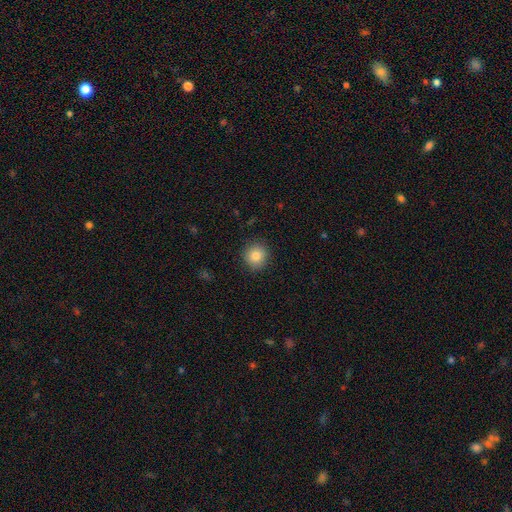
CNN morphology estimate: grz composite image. It shows a smooth galaxy with no disk features (85%) that is round (91%). Merging: none (90%).